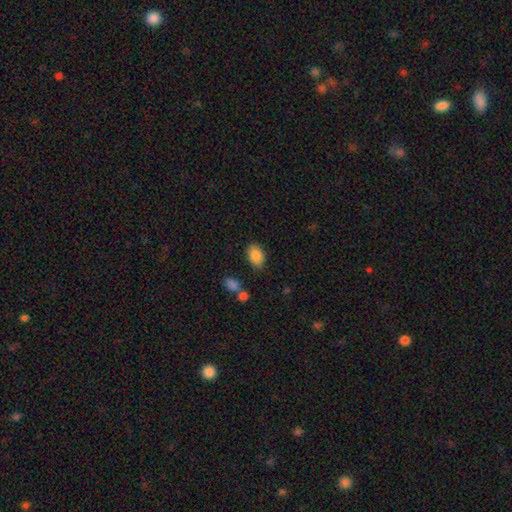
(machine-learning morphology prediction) Smooth or featured? smooth (87%)
How rounded? in between (86%)
Merging? none (79%)